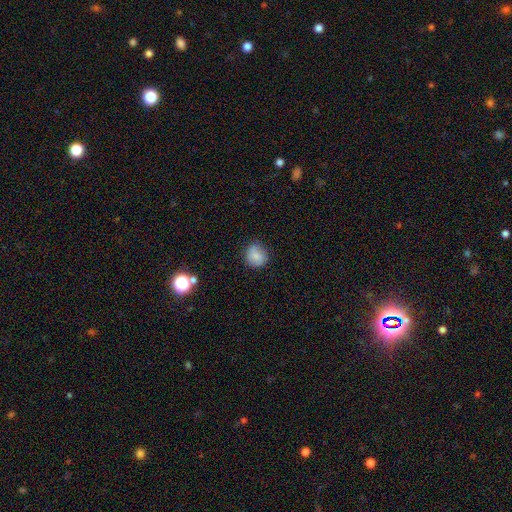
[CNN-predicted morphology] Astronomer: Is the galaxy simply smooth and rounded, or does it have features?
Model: smooth — 80%.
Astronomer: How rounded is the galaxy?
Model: round — 84%.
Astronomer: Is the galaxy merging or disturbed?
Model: none — 78%.